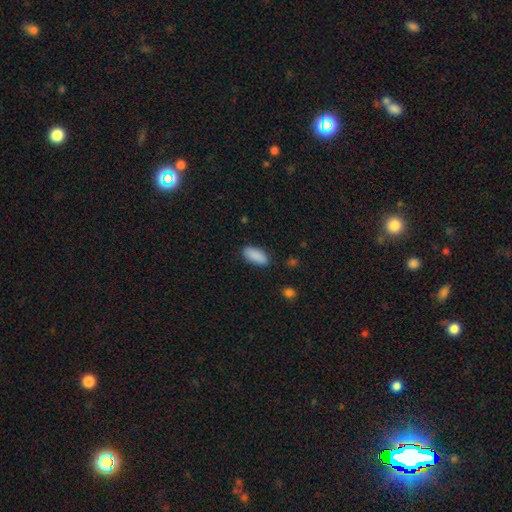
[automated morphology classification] smooth-or-featured: smooth: 90% | star or artifact: 6% | featured or disk: 4%
  how-rounded: in between: 88% | cigar-shaped: 10% | round: 2%
  merging: none: 86% | minor disturbance: 10% | major disturbance: 2% | merger: 1%